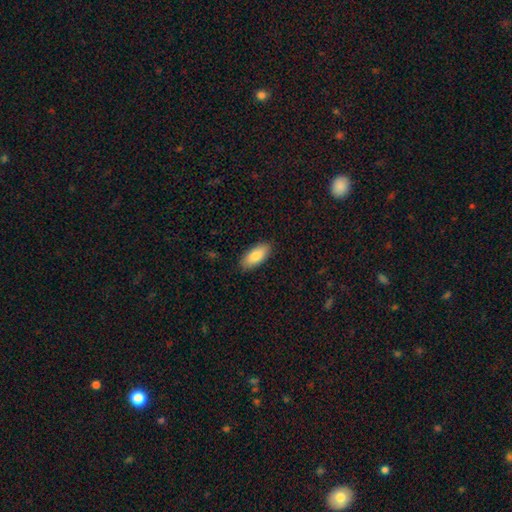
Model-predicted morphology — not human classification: smooth_or_featured: smooth (p=0.85) [alt: featured or disk p=0.09]
how_rounded: in between (p=0.88) [alt: cigar-shaped p=0.11]
merging: none (p=0.89) [alt: minor disturbance p=0.09]